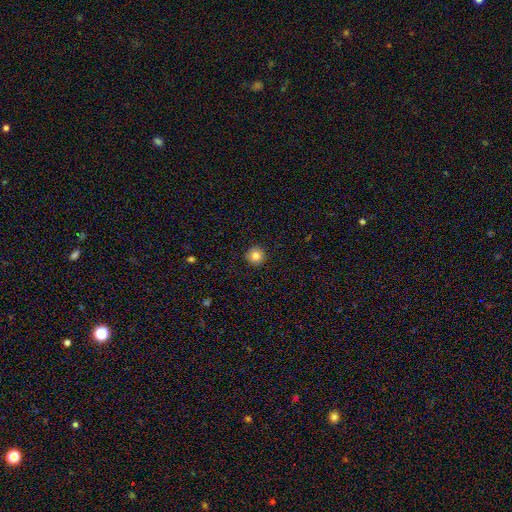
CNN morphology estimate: This is clearly a smooth galaxy (84%). How rounded: clearly round (96%). Merging: clearly none (93%).